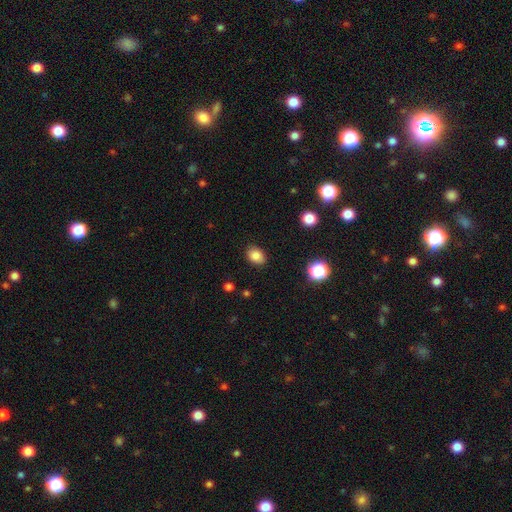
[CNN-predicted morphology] type=smooth (84%); roundness=in between (66%); merging=none (86%).